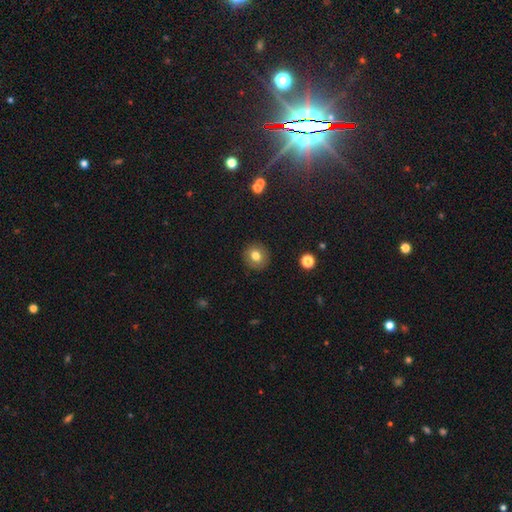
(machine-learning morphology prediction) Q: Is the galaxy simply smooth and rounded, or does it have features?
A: smooth — 78%.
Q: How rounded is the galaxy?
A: round — 87%.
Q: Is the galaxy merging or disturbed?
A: none — 90%.